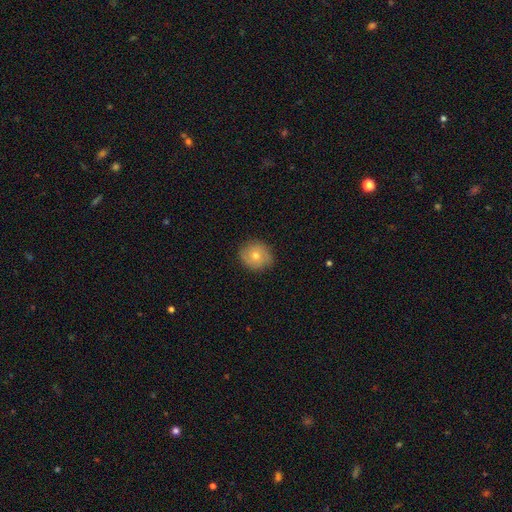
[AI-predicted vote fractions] smooth 59%, featured or disk 31%, star or artifact 10%. Down the decision tree: how rounded — round (86%); merging — none (85%).